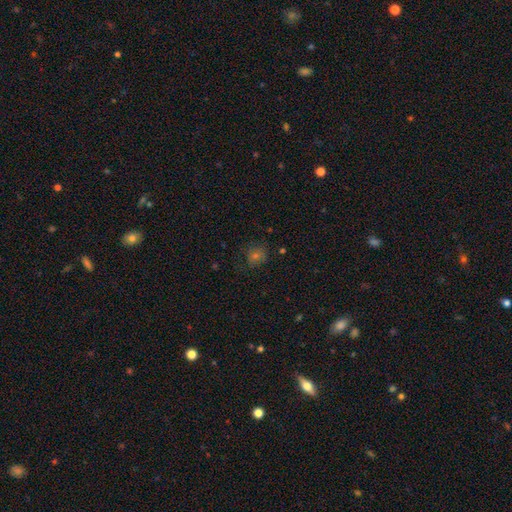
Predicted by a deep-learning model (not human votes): This appears to be a smooth galaxy with no disk features (55%) that is round (82%). Merging: none (78%).